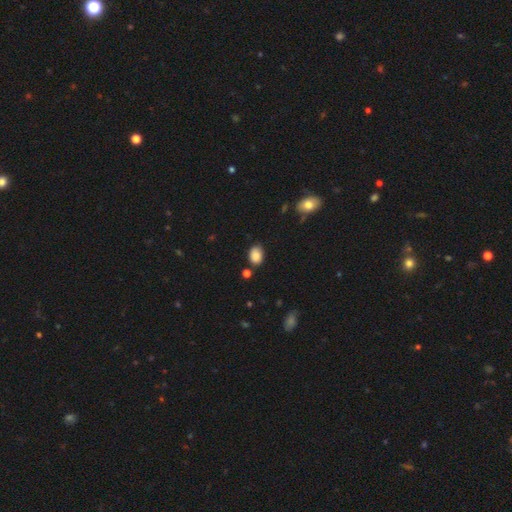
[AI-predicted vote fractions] Smooth or featured? Predicted: smooth (p=0.87). How rounded? Predicted: in between (p=0.77). Merging? Predicted: none (p=0.76).